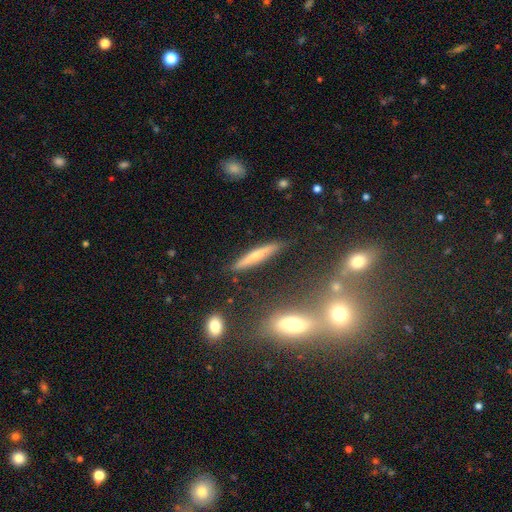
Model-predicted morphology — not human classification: type=smooth (49%); merging=none (84%).